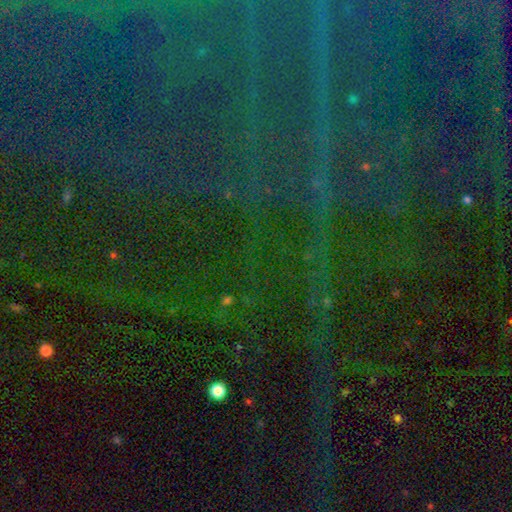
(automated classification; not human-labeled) This is clearly a star or artifact rather than a galaxy (84%).